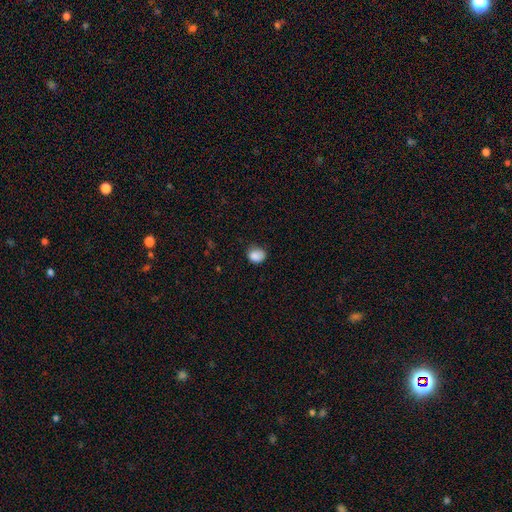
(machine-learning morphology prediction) Smooth or featured: smooth — 86% (star or artifact — 9%)
How rounded: round — 63% (in between — 36%)
Merging: none — 60% (minor disturbance — 31%)